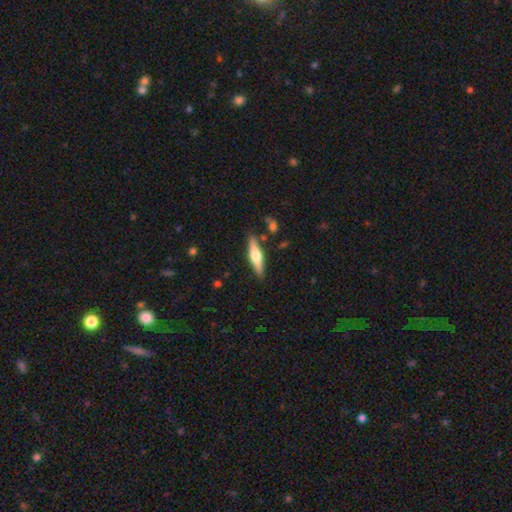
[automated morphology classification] This is possibly a featured or disk galaxy (57%). It is clearly viewed edge-on (95%). Edge-on bulge: clearly rounded (91%). Merging: clearly none (86%).